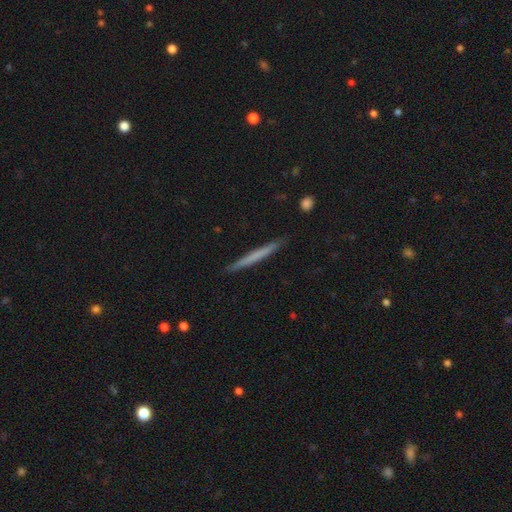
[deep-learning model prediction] The model was most divided on "smooth or featured": smooth: 57%, featured or disk: 38%, star or artifact: 5%. More confident: how rounded — cigar-shaped (97%); merging — none (91%).